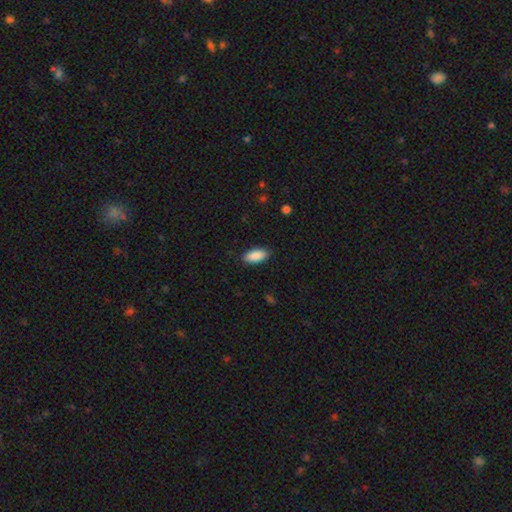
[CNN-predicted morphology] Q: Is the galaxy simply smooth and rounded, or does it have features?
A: smooth — 90%.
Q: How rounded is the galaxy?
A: in between — 90%.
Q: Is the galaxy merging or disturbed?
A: none — 89%.